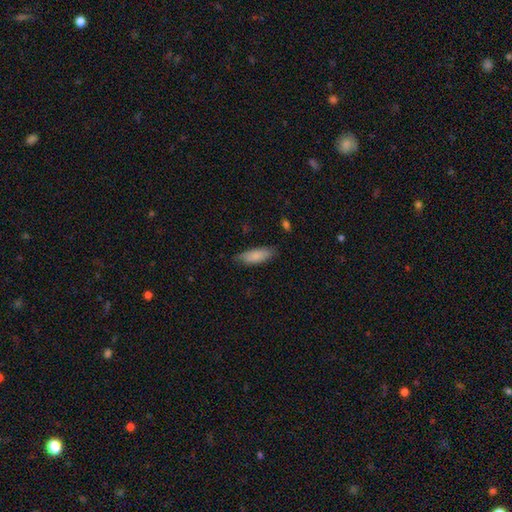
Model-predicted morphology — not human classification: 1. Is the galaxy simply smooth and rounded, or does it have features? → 85% smooth, 9% featured or disk, 6% star or artifact.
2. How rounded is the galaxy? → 69% in between, 29% cigar-shaped, 2% round.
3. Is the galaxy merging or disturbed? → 76% none, 19% minor disturbance, 3% major disturbance, 1% merger.